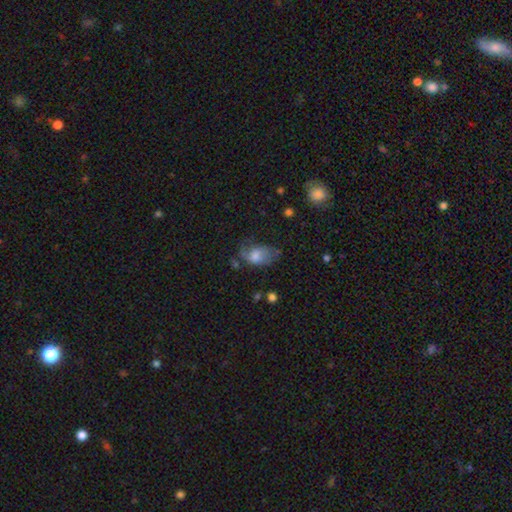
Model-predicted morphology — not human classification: Smooth or featured: smooth — 57% (featured or disk — 33%)
How rounded: in between — 82% (round — 16%)
Merging: none — 36% (minor disturbance — 31%)